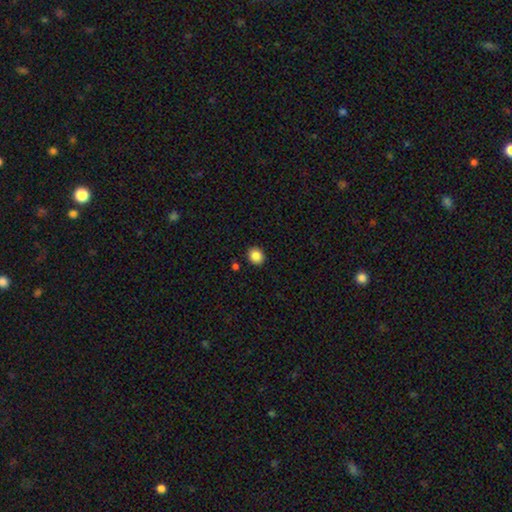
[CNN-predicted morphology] This is clearly a smooth galaxy (85%). How rounded: likely round (76%). Merging: clearly none (90%).